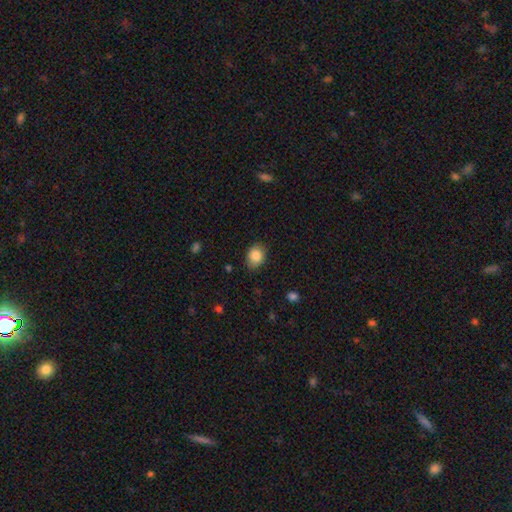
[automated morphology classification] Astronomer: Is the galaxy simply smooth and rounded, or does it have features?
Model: smooth — 86%.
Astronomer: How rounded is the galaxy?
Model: in between — 54% (runner-up: round, 45%).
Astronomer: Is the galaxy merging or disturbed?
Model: none — 81%.